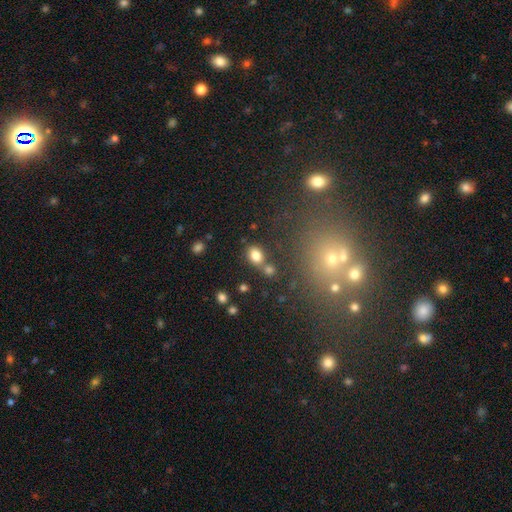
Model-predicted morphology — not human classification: Smooth or featured? smooth (80%)
How rounded? in between (67%)
Merging? none (60%)